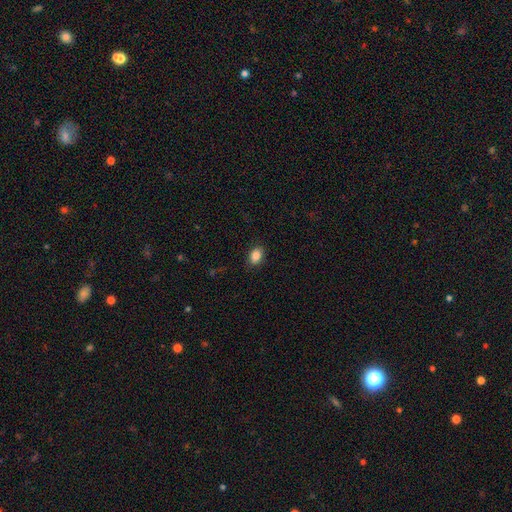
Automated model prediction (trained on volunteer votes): smooth 87%, star or artifact 9%, featured or disk 4%. Down the decision tree: how rounded — in between (80%); merging — none (86%).